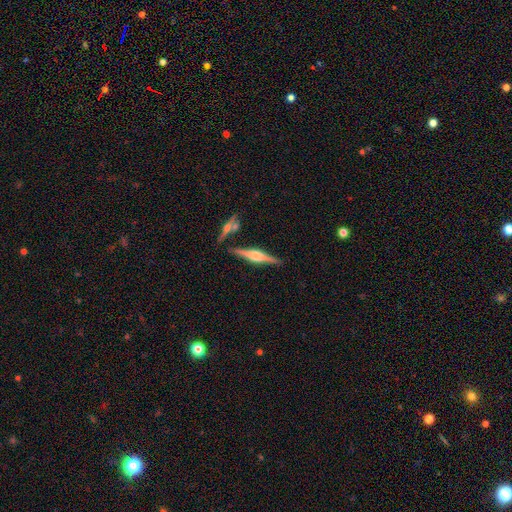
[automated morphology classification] smooth-or-featured: featured or disk: 80% | smooth: 14% | star or artifact: 6%
  disk-edge-on: yes: 98% | no: 2%
    edge-on-bulge: rounded: 83% | boxy: 14% | none: 3%
  merging: none: 84% | minor disturbance: 8% | merger: 6% | major disturbance: 2%